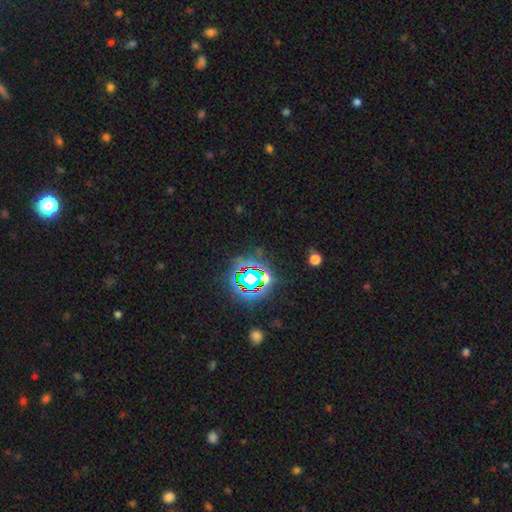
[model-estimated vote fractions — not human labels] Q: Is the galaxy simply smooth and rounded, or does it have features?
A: star or artifact — 78%.